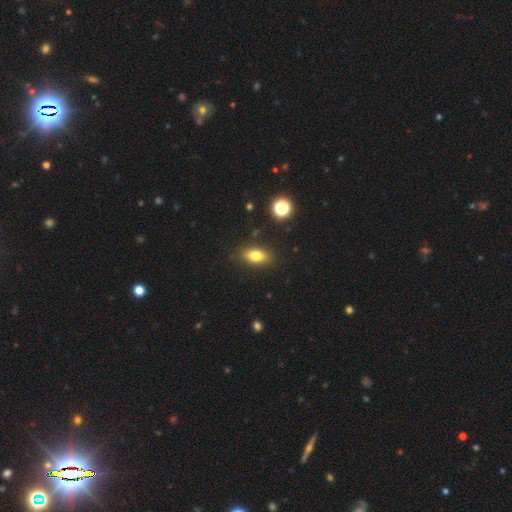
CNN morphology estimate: This appears to be a smooth galaxy with no disk features (78%) that is in between round and cigar-shaped (84%). Merging: none (86%).